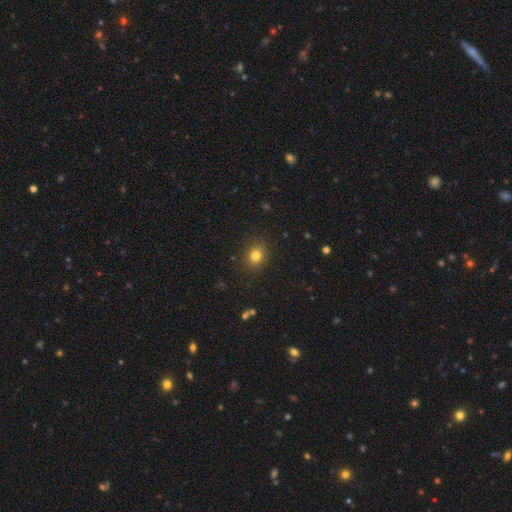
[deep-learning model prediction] A smooth galaxy with no disk features (80%) that is round (68%).

Vote fractions:
- Smooth or featured? smooth: 80% / star or artifact: 13% / featured or disk: 7%
- How rounded? round: 68% / in between: 31% / cigar-shaped: 1%
- Merging? none: 87% / minor disturbance: 8% / major disturbance: 3% / merger: 1%